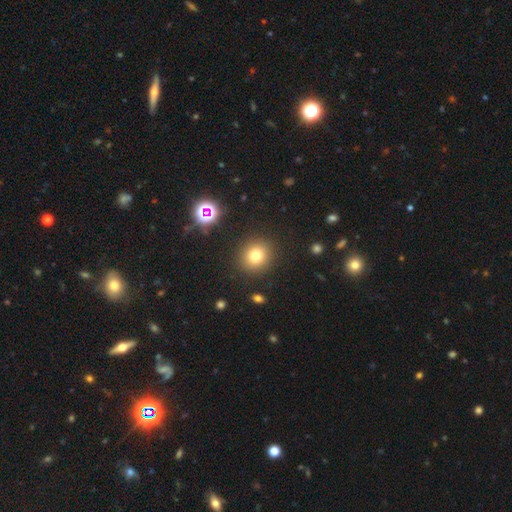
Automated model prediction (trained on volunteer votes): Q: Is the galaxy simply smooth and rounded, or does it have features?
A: smooth — 75%.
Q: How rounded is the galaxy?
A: round — 86%.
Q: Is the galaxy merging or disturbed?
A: none — 89%.